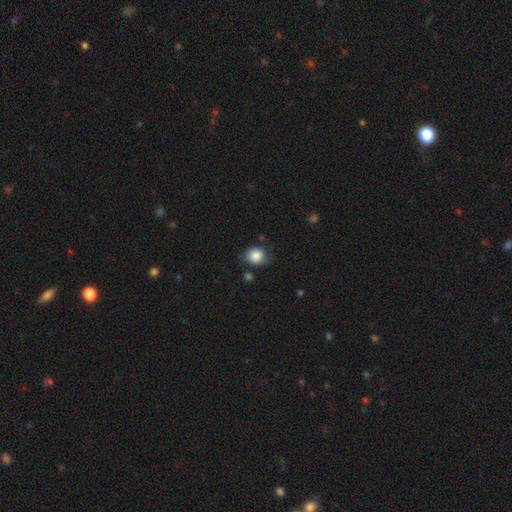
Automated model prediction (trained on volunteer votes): Overall: smooth (85%). How rounded: round (69%; in between 30%). Merging: none (70%).